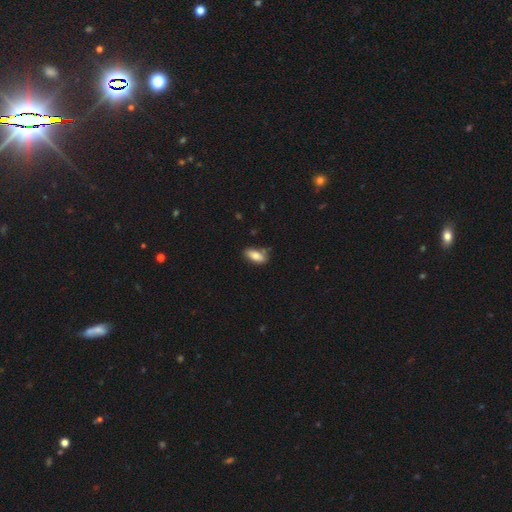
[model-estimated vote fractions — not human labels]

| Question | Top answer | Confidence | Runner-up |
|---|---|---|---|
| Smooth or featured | smooth | 80% | featured or disk (13%) |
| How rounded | in between | 86% | cigar-shaped (11%) |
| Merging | none | 67% | minor disturbance (22%) |